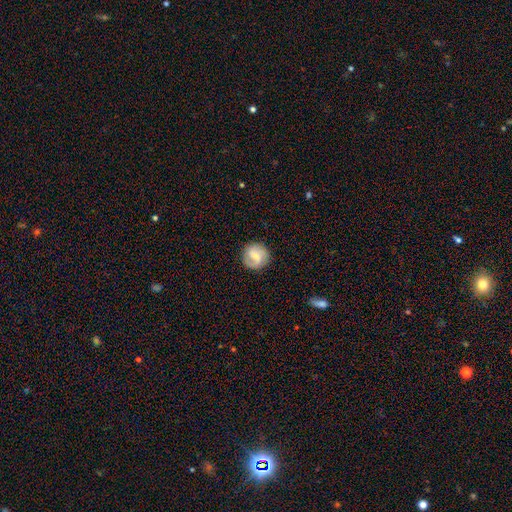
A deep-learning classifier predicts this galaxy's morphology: Overall: featured or disk (61%; smooth 33%). Edge-on disk: no (98%). Bar: weak (55%; no 24%). Spiral arms: yes (88%). Spiral arm count: 2 (81%). Spiral winding: medium (44%; tight 32%). Bulge size: small (46%; moderate 45%). Merging: none (86%).